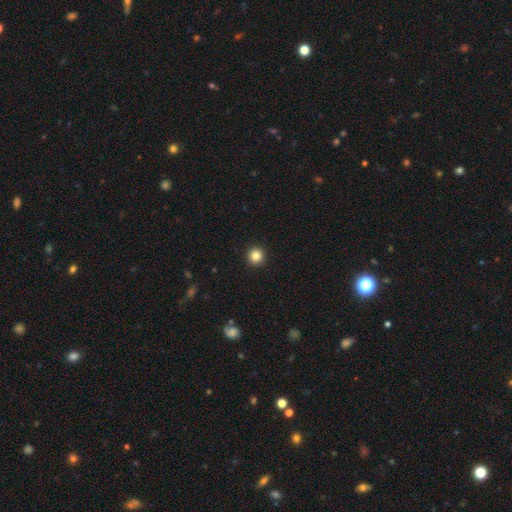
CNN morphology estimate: Q: Smooth or featured?
A: smooth (85%); runner-up: star or artifact (11%)
Q: How rounded?
A: round (95%); runner-up: in between (4%)
Q: Merging?
A: none (94%); runner-up: minor disturbance (4%)